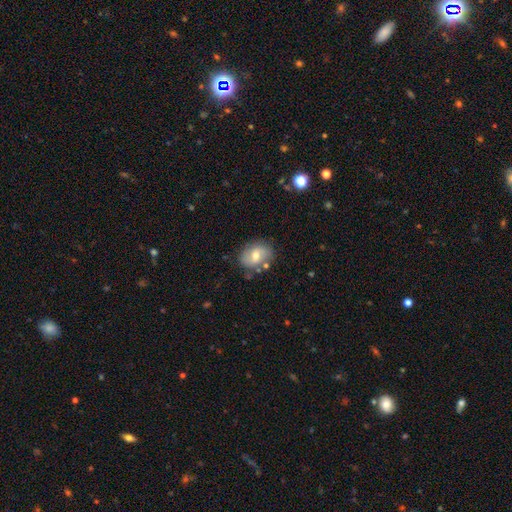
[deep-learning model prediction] smooth_or_featured: smooth (p=0.55) [alt: featured or disk p=0.37]
how_rounded: in between (p=0.66) [alt: round p=0.33]
merging: none (p=0.76) [alt: minor disturbance p=0.16]